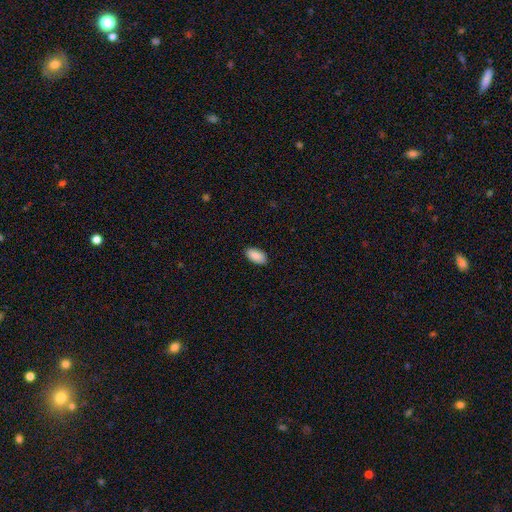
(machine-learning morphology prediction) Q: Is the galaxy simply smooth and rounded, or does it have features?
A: smooth — 91%.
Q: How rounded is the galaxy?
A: in between — 95%.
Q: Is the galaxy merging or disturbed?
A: none — 89%.